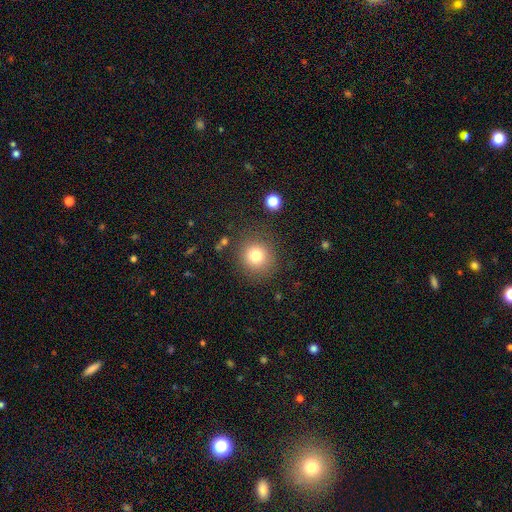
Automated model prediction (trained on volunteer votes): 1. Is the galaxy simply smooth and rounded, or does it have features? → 79% smooth, 12% star or artifact, 8% featured or disk.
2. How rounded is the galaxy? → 90% round, 9% in between, 1% cigar-shaped.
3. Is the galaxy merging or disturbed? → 84% none, 9% minor disturbance, 4% major disturbance, 3% merger.